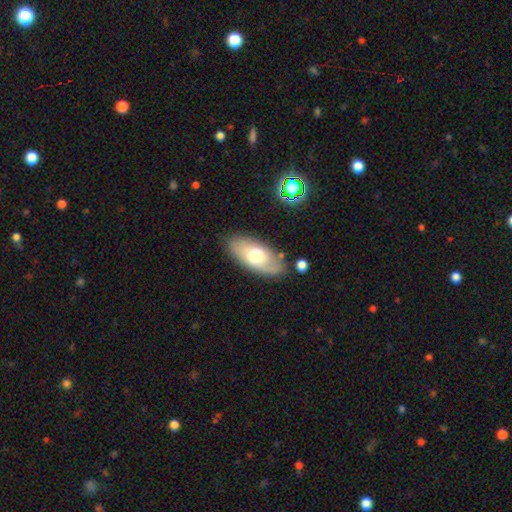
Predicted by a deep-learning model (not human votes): This appears to be a smooth galaxy with no disk features (59%) that is in between round and cigar-shaped (89%). Merging: none (77%).